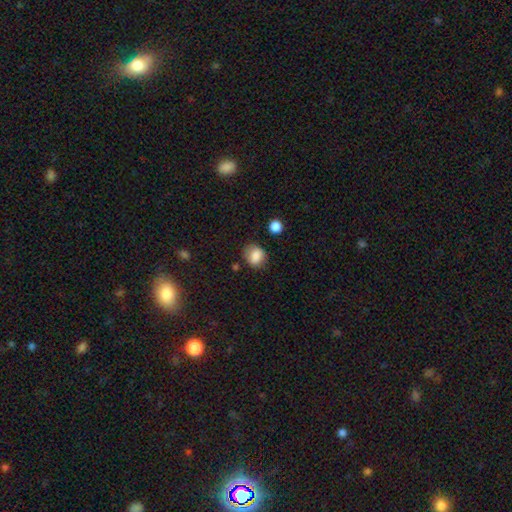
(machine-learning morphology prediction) Smooth or featured?
  - smooth: 83% *
  - star or artifact: 9%
  - featured or disk: 7%
How rounded?
  - round: 62% *
  - in between: 37%
  - cigar-shaped: 1%
Merging?
  - none: 71% *
  - minor disturbance: 20%
  - major disturbance: 6%
  - merger: 3%